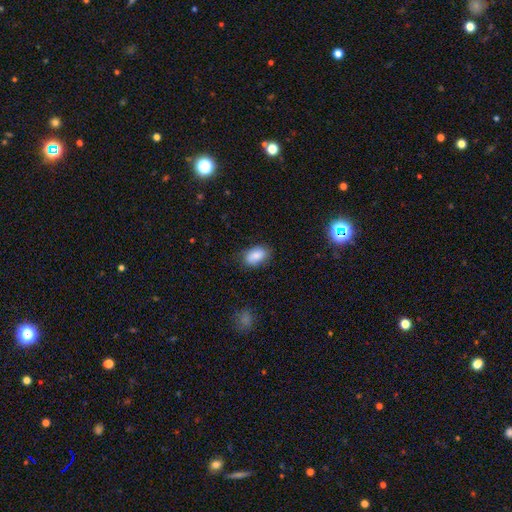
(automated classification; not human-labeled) Smooth or featured: smooth — 83% (featured or disk — 10%)
How rounded: in between — 89% (round — 9%)
Merging: none — 75% (minor disturbance — 19%)